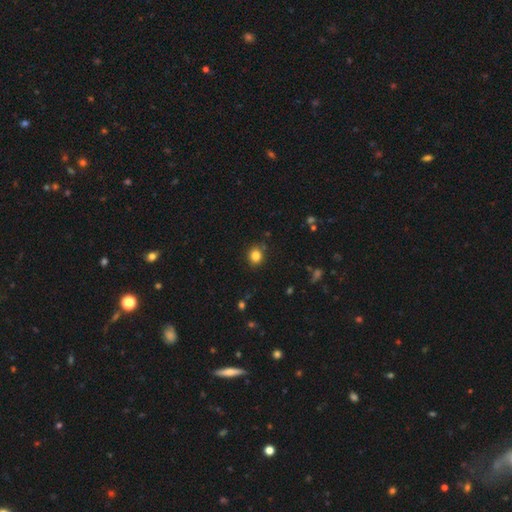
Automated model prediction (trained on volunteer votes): Morphology: type=smooth (84%); roundness=round (74%); merging=none (85%).